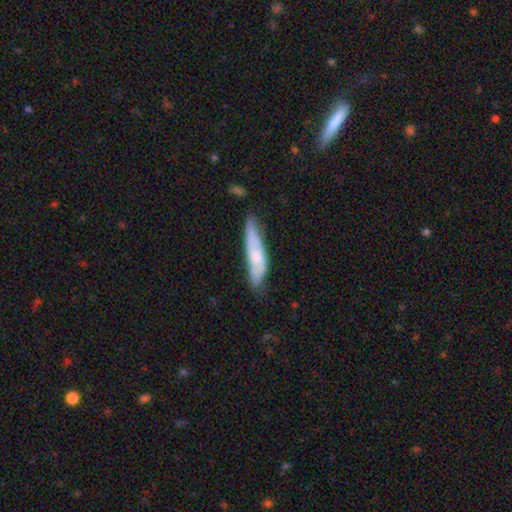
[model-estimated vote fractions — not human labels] smooth 55%, featured or disk 38%, star or artifact 6%. Down the decision tree: how rounded — cigar-shaped (78%); merging — none (62%).